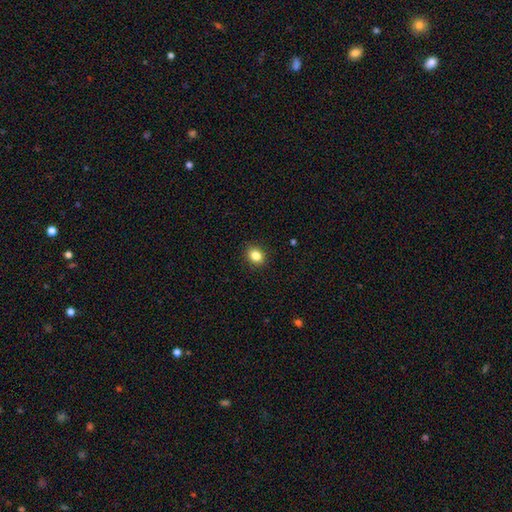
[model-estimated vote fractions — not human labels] This is clearly a smooth galaxy (84%). How rounded: possibly round (55%). Merging: clearly none (90%).